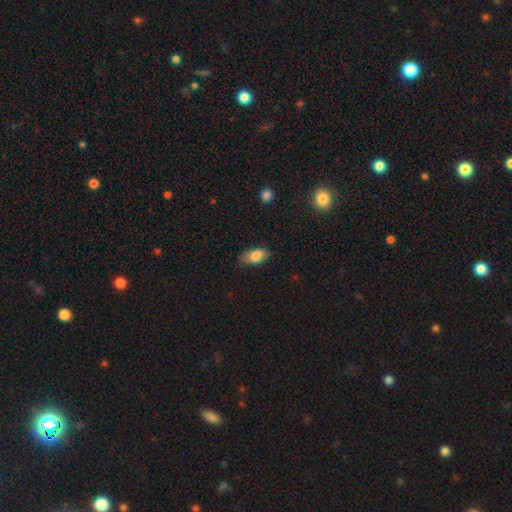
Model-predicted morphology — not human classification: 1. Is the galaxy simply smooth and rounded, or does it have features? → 83% smooth, 9% featured or disk, 7% star or artifact.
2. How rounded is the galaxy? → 92% in between, 4% round, 4% cigar-shaped.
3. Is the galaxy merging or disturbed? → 76% none, 19% minor disturbance, 3% major disturbance, 1% merger.